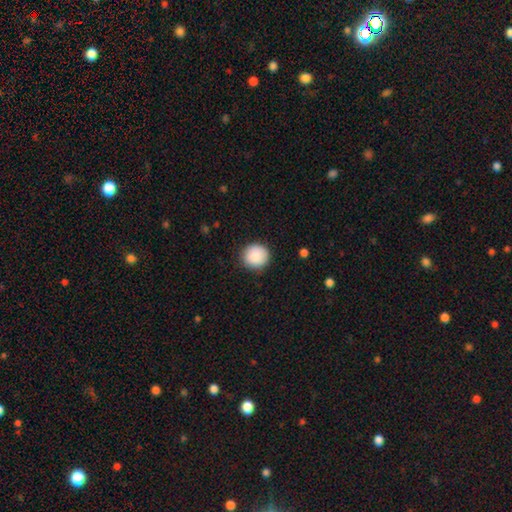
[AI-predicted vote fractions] Morphology: type=smooth (89%); roundness=round (91%); merging=none (88%).